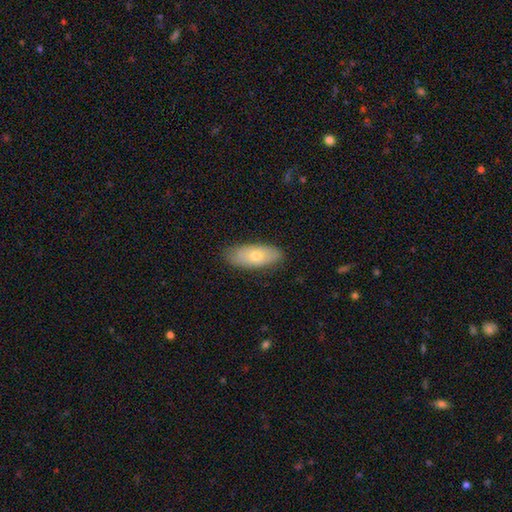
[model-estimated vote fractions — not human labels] This is likely a smooth galaxy (68%). How rounded: clearly in between (81%). Merging: clearly none (84%).